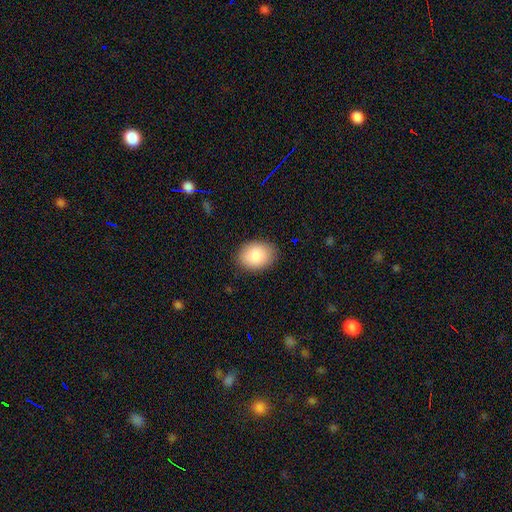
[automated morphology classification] A smooth galaxy with no disk features (87%) that is in between round and cigar-shaped (74%).

Vote fractions:
- Smooth or featured? smooth: 87% / star or artifact: 7% / featured or disk: 6%
- How rounded? in between: 74% / round: 25% / cigar-shaped: 1%
- Merging? none: 86% / minor disturbance: 11% / major disturbance: 2% / merger: 1%